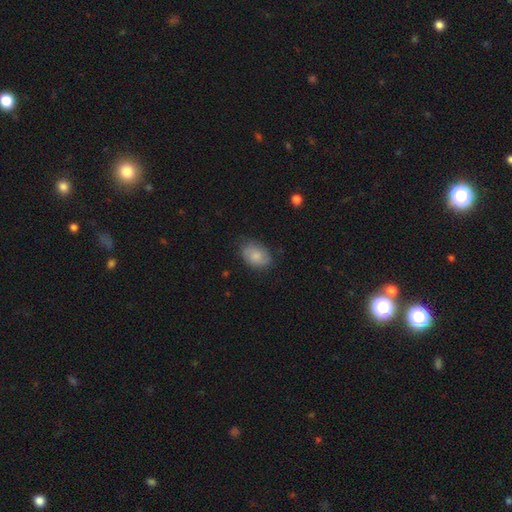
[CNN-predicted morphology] This is likely a smooth galaxy (75%). How rounded: clearly in between (82%). Merging: likely none (71%).